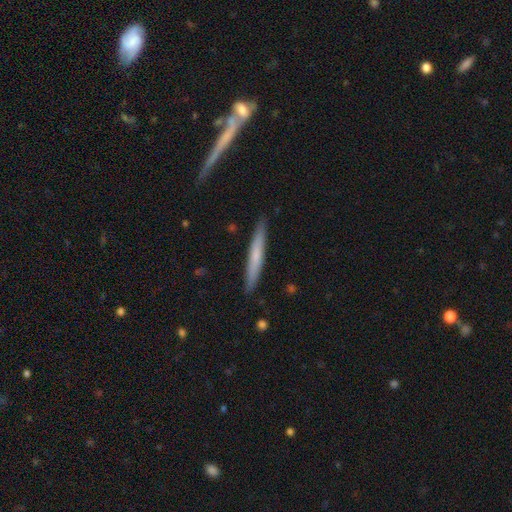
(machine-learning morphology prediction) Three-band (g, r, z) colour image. It shows a smooth galaxy with no disk features (60%) that is cigar-shaped (95%). Merging: none (89%).